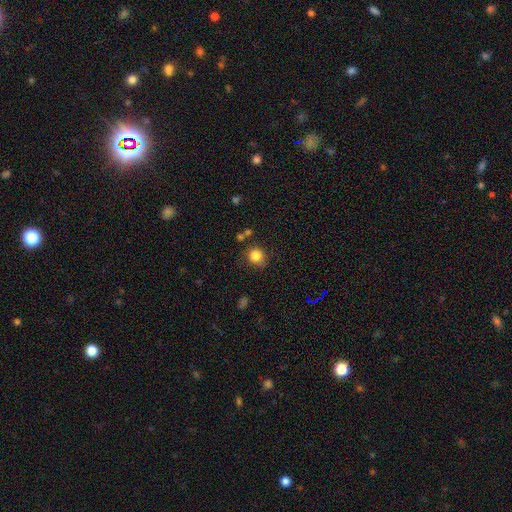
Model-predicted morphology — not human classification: A smooth galaxy with no disk features (84%) that is round (86%).

Vote fractions:
- Smooth or featured? smooth: 84% / star or artifact: 11% / featured or disk: 5%
- How rounded? round: 86% / in between: 13% / cigar-shaped: 1%
- Merging? none: 75% / minor disturbance: 15% / merger: 5% / major disturbance: 5%